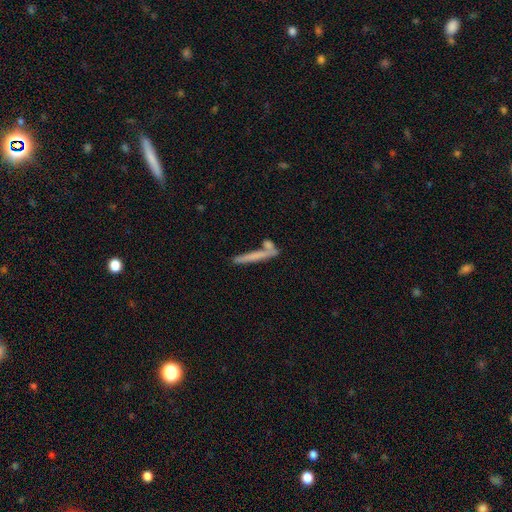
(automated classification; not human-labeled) smooth-or-featured: smooth: 60% | featured or disk: 32% | star or artifact: 8%
  how-rounded: cigar-shaped: 94% | in between: 4% | round: 2%
  merging: none: 65% | merger: 19% | minor disturbance: 11% | major disturbance: 4%